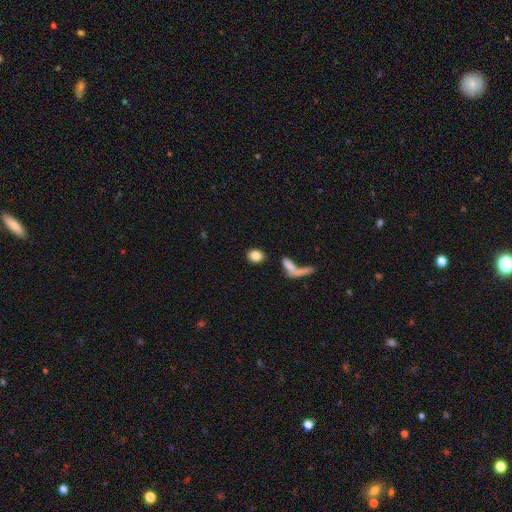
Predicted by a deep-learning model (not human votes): A smooth galaxy with no disk features (84%) that is in between round and cigar-shaped (58%).

Vote fractions:
- Smooth or featured? smooth: 84% / star or artifact: 8% / featured or disk: 8%
- How rounded? in between: 58% / round: 39% / cigar-shaped: 3%
- Merging? none: 79% / minor disturbance: 8% / merger: 8% / major disturbance: 5%